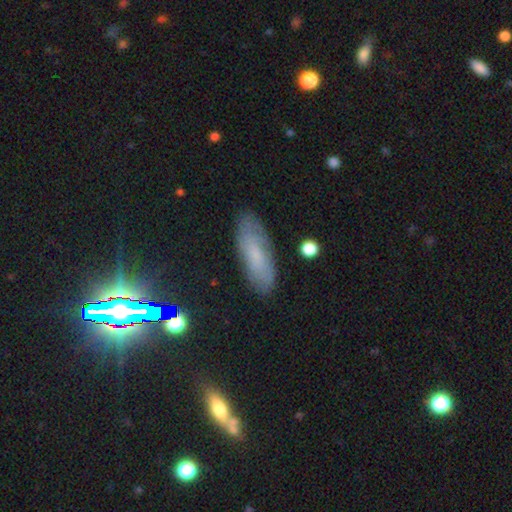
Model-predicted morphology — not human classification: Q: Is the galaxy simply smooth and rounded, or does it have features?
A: smooth — 55%.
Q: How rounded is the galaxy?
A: in between — 63%.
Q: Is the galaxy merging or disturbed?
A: none — 80%.